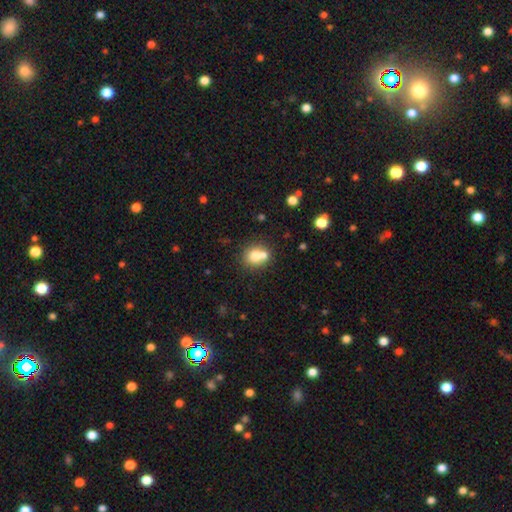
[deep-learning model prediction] Smooth or featured: smooth — 71% (featured or disk — 18%)
How rounded: round — 73% (in between — 27%)
Merging: merger — 47% (none — 42%)